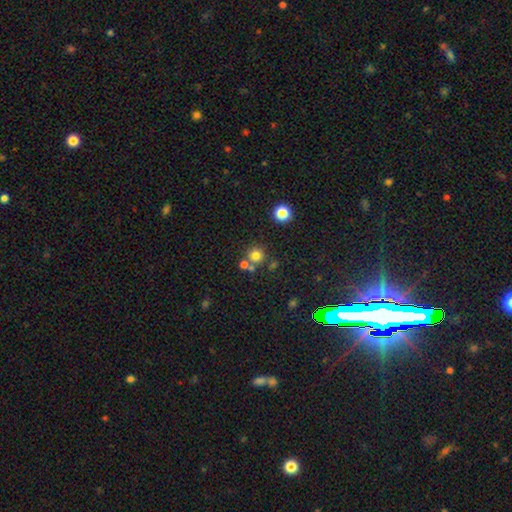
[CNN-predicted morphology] Q: Smooth or featured?
A: smooth (75%); runner-up: star or artifact (17%)
Q: How rounded?
A: round (92%); runner-up: in between (7%)
Q: Merging?
A: none (69%); runner-up: merger (21%)